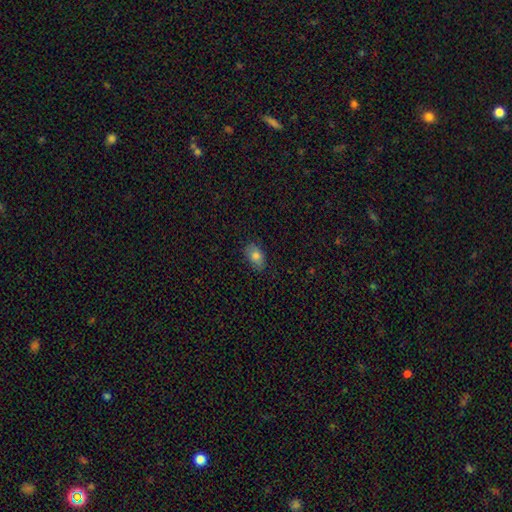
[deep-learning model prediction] A smooth galaxy with no disk features (82%) that is in between round and cigar-shaped (88%). Merging: none (80%).